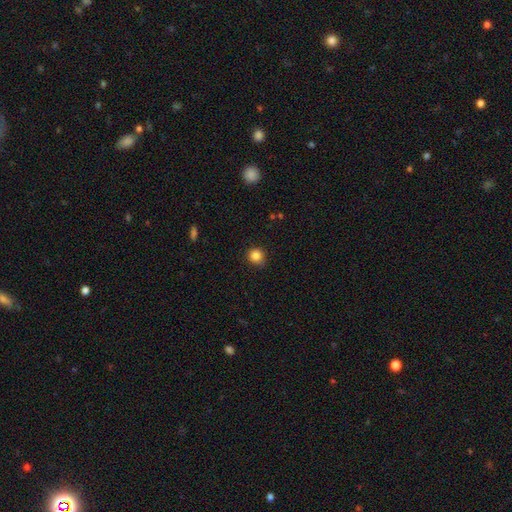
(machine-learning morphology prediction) smooth-or-featured: smooth: 84% | star or artifact: 12% | featured or disk: 4%
  how-rounded: round: 91% | in between: 8% | cigar-shaped: 1%
  merging: none: 83% | minor disturbance: 14% | major disturbance: 3% | merger: 1%